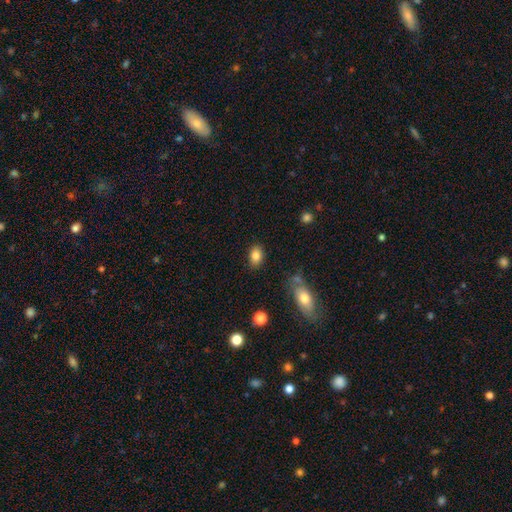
Smooth or featured?
  - smooth: 92% *
  - star or artifact: 5%
  - featured or disk: 3%
How rounded?
  - in between: 83% *
  - round: 17%
  - cigar-shaped: 0%
Merging?
  - none: 84% *
  - minor disturbance: 14%
  - merger: 3%
  - major disturbance: 0%